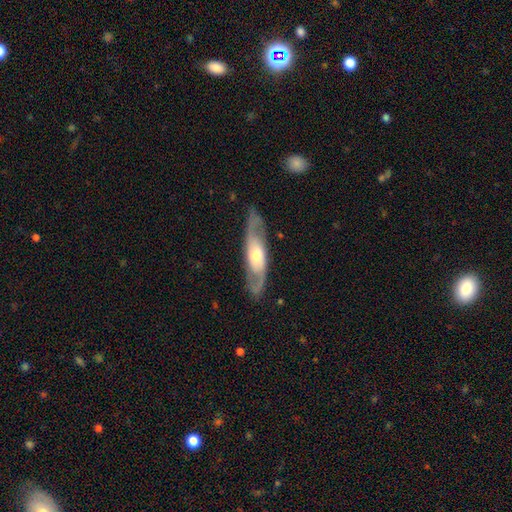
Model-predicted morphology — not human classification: Smooth or featured?
  - featured or disk: 79% *
  - smooth: 17%
  - star or artifact: 4%
Edge-on disk?
  - no: 76% *
  - yes: 24%
Bar?
  - no: 64% *
  - weak: 26%
  - strong: 10%
Spiral arms?
  - yes: 86% *
  - no: 14%
Spiral winding?
  - medium: 47% *
  - loose: 30%
  - tight: 23%
Spiral arm count?
  - 2: 87% *
  - can't tell: 8%
  - 1: 2%
  - 3: 1%
  - 4: 1%
  - more than 4: 1%
Bulge size?
  - moderate: 63% *
  - small: 20%
  - large: 15%
  - dominant: 2%
  - none: 1%
Merging?
  - none: 82% *
  - minor disturbance: 12%
  - major disturbance: 4%
  - merger: 1%